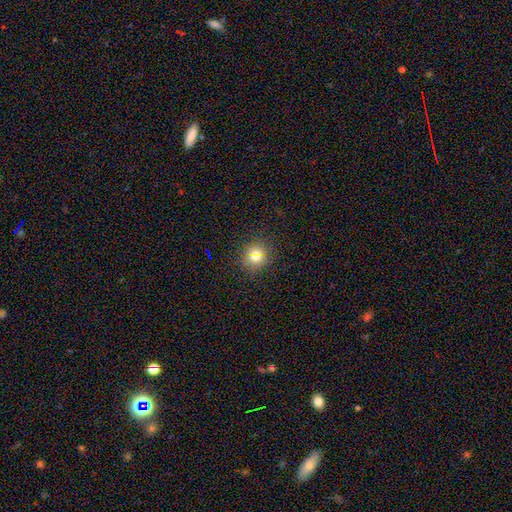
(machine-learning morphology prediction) Smooth or featured? Predicted: smooth (p=0.71). How rounded? Predicted: round (p=0.89). Merging? Predicted: none (p=0.89).